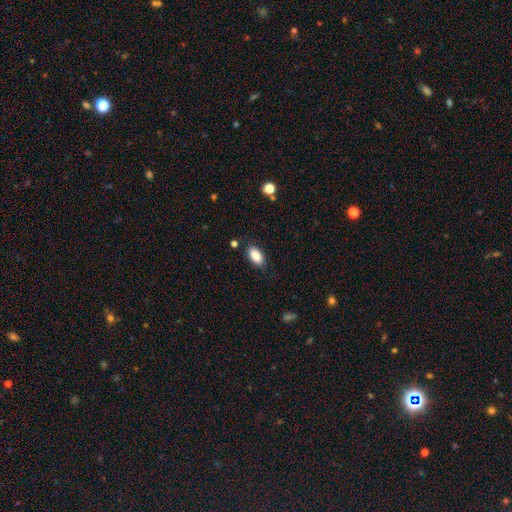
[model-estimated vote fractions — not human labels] Morphology: type=smooth (87%); roundness=in between (92%); merging=none (84%).